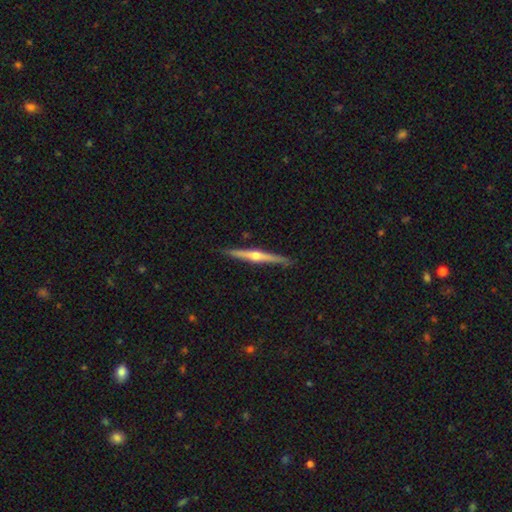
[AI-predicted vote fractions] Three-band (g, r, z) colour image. It shows a featured or disk galaxy (76%) viewed edge-on (98%) with a rounded central bulge (91%). Merging: none (90%).